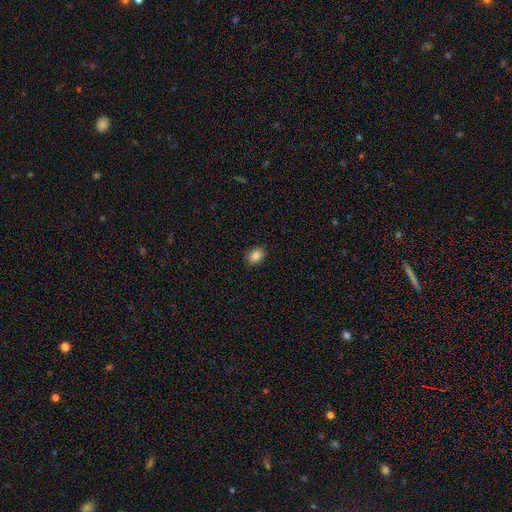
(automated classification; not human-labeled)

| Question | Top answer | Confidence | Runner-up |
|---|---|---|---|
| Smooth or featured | smooth | 87% | star or artifact (9%) |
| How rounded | in between | 79% | round (20%) |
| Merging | none | 89% | minor disturbance (8%) |